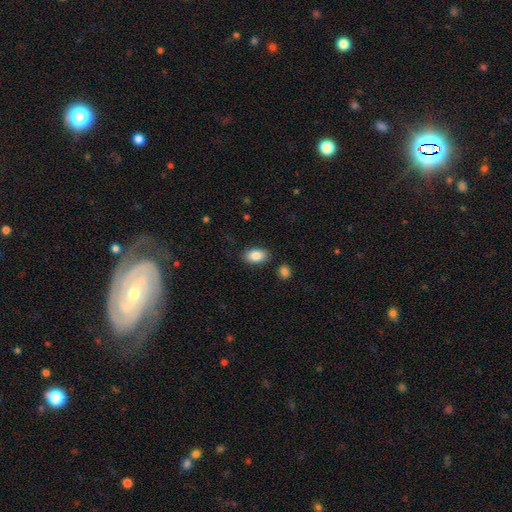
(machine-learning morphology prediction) smooth-or-featured: smooth: 87% | star or artifact: 7% | featured or disk: 6%
  how-rounded: in between: 90% | round: 8% | cigar-shaped: 2%
  merging: none: 85% | minor disturbance: 10% | merger: 3% | major disturbance: 3%